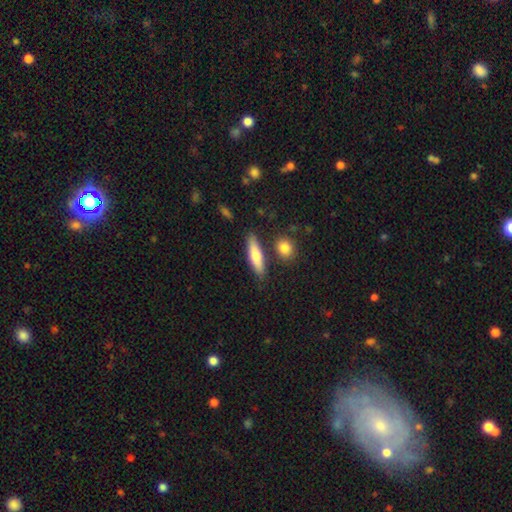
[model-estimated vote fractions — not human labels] Smooth or featured? Predicted: smooth (p=0.66). How rounded? Predicted: cigar-shaped (p=0.69). Merging? Predicted: none (p=0.80).